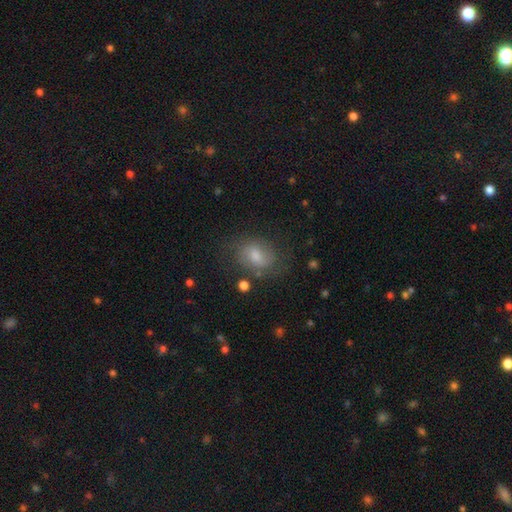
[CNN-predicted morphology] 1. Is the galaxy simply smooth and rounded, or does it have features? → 48% smooth, 38% featured or disk, 14% star or artifact.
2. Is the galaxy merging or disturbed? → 71% none, 18% minor disturbance, 8% major disturbance, 2% merger.